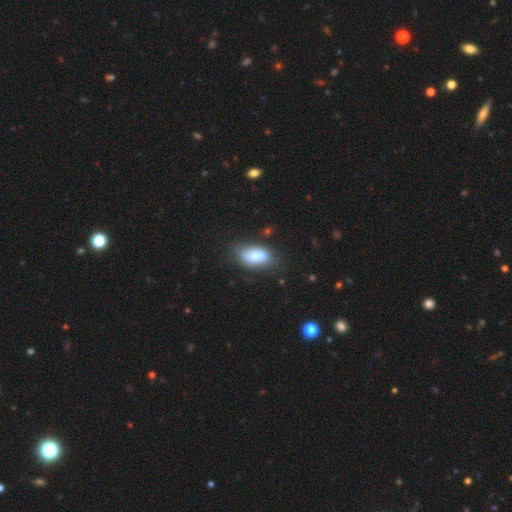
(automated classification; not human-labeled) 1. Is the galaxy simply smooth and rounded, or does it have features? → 75% smooth, 17% featured or disk, 8% star or artifact.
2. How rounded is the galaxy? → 87% in between, 8% cigar-shaped, 4% round.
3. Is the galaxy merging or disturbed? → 61% none, 24% minor disturbance, 8% merger, 7% major disturbance.